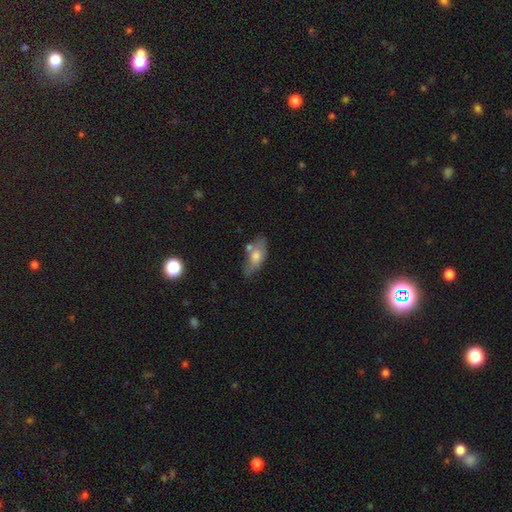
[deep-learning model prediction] smooth 62%, featured or disk 30%, star or artifact 9%. Down the decision tree: how rounded — in between (80%); merging — none (59%).